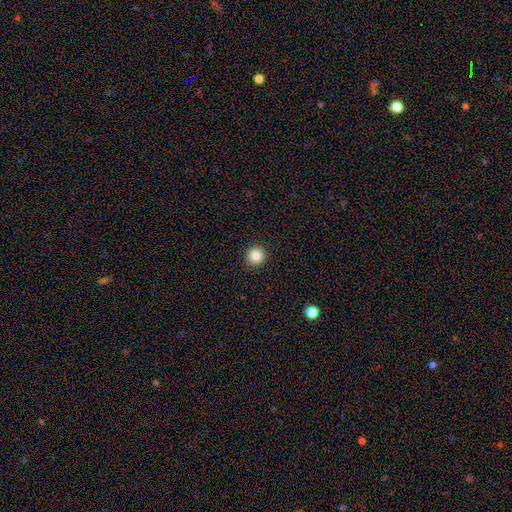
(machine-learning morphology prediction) Smooth or featured: smooth — 85% (star or artifact — 10%)
How rounded: round — 93% (in between — 6%)
Merging: none — 93% (minor disturbance — 5%)